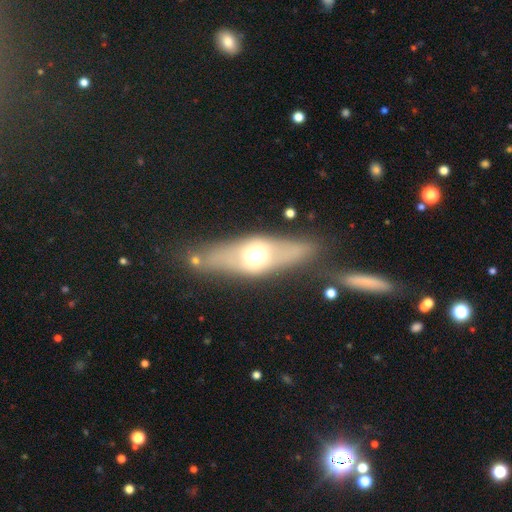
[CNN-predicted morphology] Smooth or featured?
  - featured or disk: 49% *
  - smooth: 44%
  - star or artifact: 7%
Merging?
  - none: 75% *
  - minor disturbance: 14%
  - major disturbance: 6%
  - merger: 4%